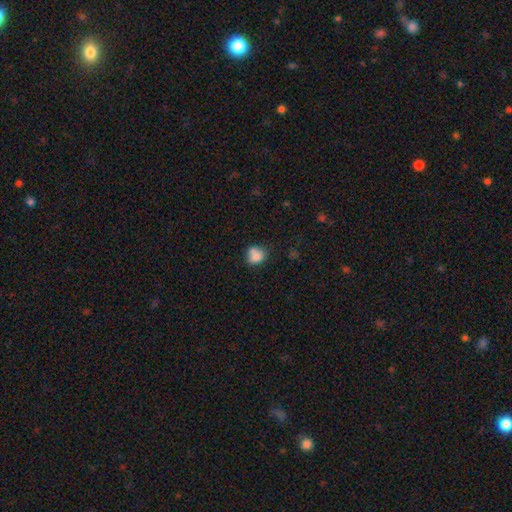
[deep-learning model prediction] Smooth or featured? Predicted: smooth (p=0.77). How rounded? Predicted: round (p=0.66). Merging? Predicted: none (p=0.44).